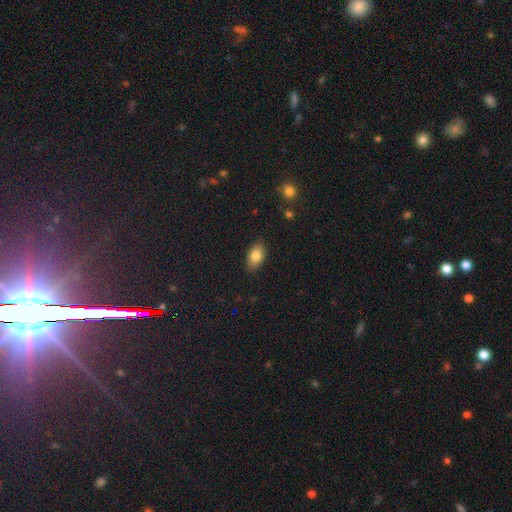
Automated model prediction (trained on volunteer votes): Smooth or featured: smooth — 81% (featured or disk — 11%)
How rounded: in between — 91% (round — 6%)
Merging: none — 87% (minor disturbance — 10%)